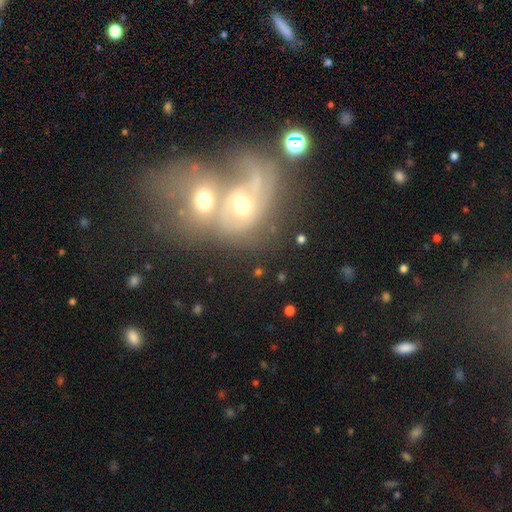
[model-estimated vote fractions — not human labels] Overall: featured or disk (51%; smooth 34%). Edge-on disk: no (95%). Merging: merger (81%).